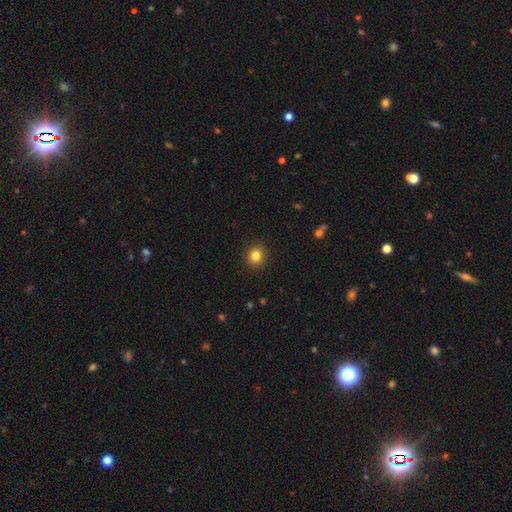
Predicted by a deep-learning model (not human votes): The model was most divided on "smooth or featured": smooth: 83%, star or artifact: 12%, featured or disk: 5%. More confident: merging — none (92%); how rounded — round (90%).